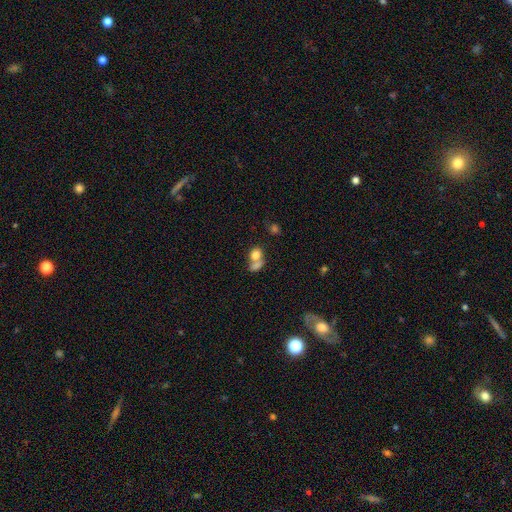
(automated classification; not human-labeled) This is likely a smooth galaxy (78%). How rounded: possibly round (50%). Merging: possibly merger (54%).